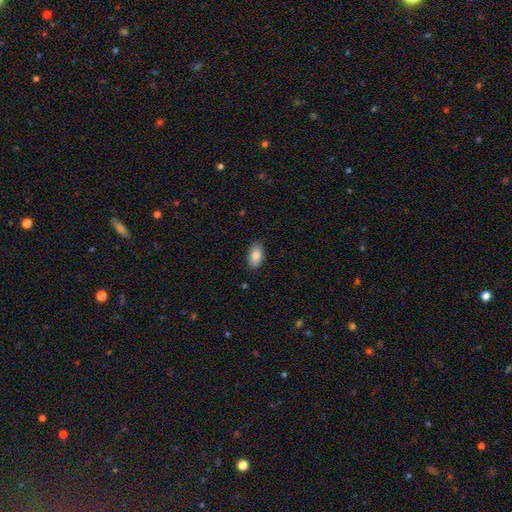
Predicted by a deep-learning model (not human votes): smooth 85%, featured or disk 8%, star or artifact 7%. Down the decision tree: how rounded — in between (93%); merging — none (86%).